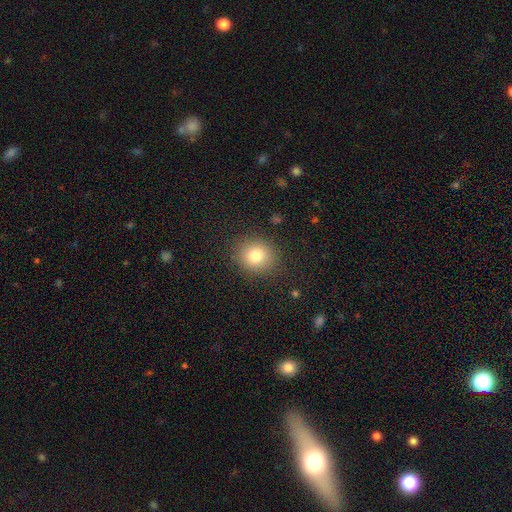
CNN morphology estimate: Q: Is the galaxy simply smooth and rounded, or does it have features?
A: smooth — 79%.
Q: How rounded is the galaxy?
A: round — 81%.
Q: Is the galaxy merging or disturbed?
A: none — 88%.